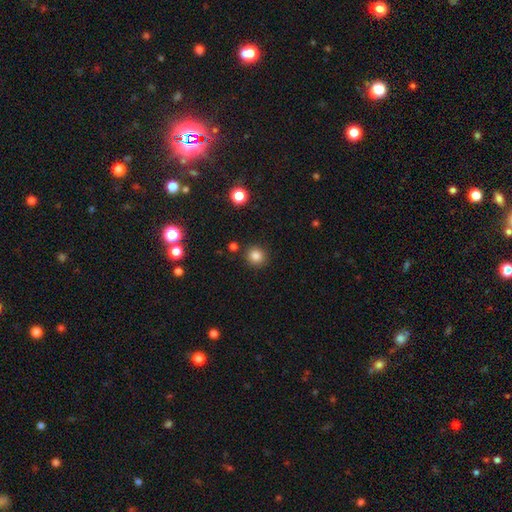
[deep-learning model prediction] This is clearly a smooth galaxy (84%). How rounded: clearly round (92%). Merging: clearly none (88%).